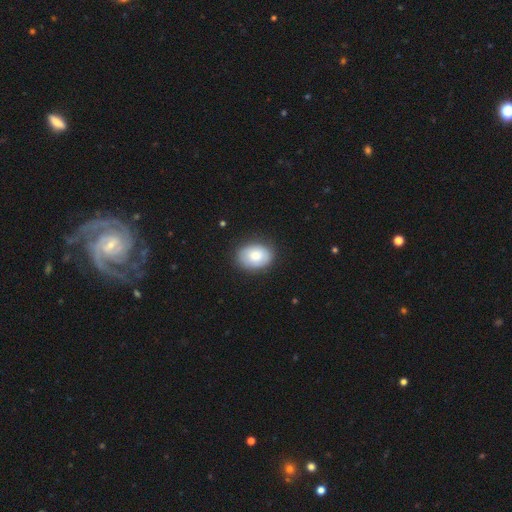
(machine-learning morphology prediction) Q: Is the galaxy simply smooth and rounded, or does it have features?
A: smooth — 77%.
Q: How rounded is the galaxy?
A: in between — 69%.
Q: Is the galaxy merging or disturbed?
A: none — 81%.